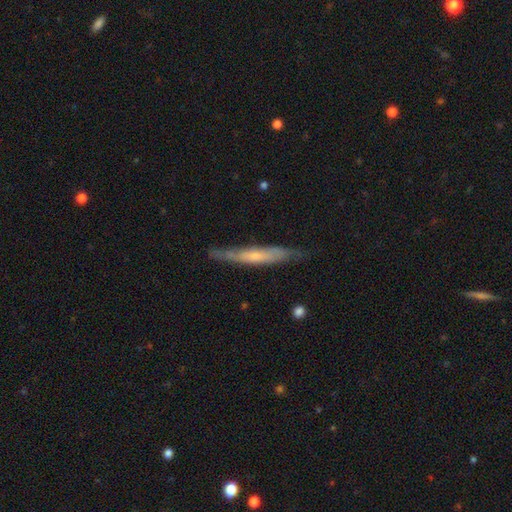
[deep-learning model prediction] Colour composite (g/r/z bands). It shows a featured or disk galaxy (56%) viewed edge-on (80%). Merging: none (74%).